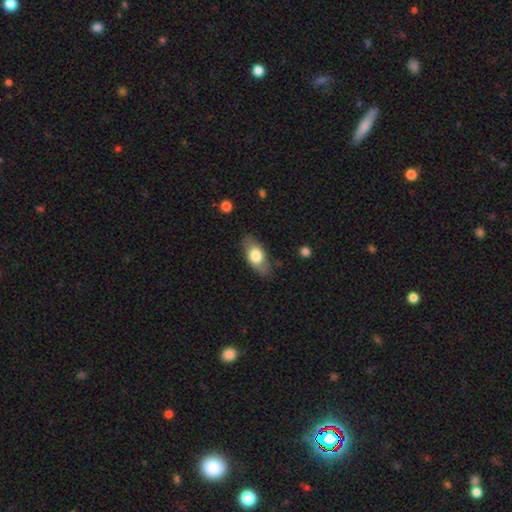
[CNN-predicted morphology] A smooth galaxy with no disk features (67%) that is in between round and cigar-shaped (85%).

Vote fractions:
- Smooth or featured? smooth: 67% / featured or disk: 27% / star or artifact: 6%
- How rounded? in between: 85% / cigar-shaped: 9% / round: 6%
- Merging? none: 80% / minor disturbance: 15% / major disturbance: 4% / merger: 1%